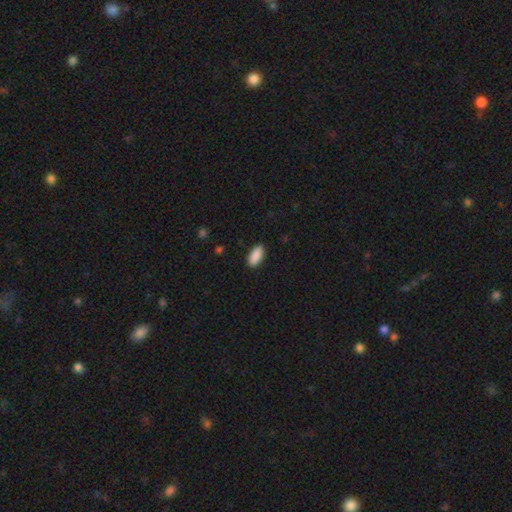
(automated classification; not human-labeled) smooth_or_featured: smooth (p=0.90) [alt: star or artifact p=0.06]
how_rounded: in between (p=0.91) [alt: cigar-shaped p=0.07]
merging: none (p=0.88) [alt: minor disturbance p=0.09]